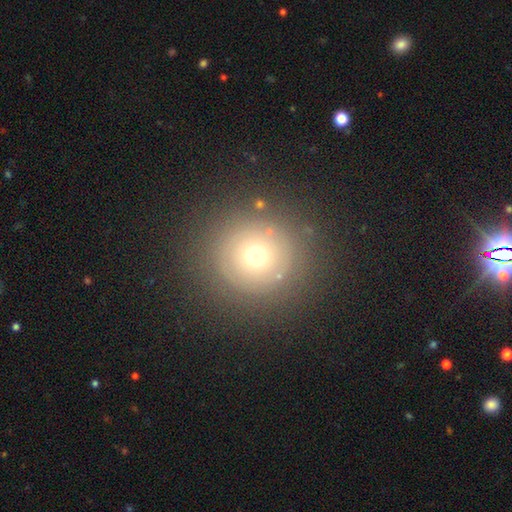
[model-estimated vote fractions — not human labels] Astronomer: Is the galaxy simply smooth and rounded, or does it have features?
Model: smooth — 62%.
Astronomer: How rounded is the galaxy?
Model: round — 94%.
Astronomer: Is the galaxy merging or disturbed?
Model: none — 82%.